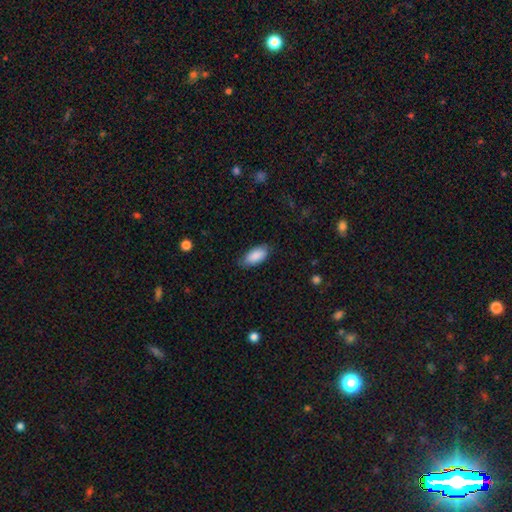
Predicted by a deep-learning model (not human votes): Morphology: type=smooth (88%); roundness=in between (92%); merging=none (78%).